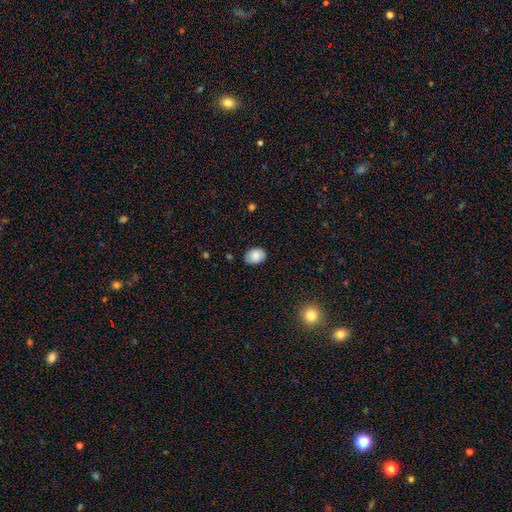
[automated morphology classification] This is clearly a smooth galaxy (83%). How rounded: likely in between (71%). Merging: clearly none (83%).